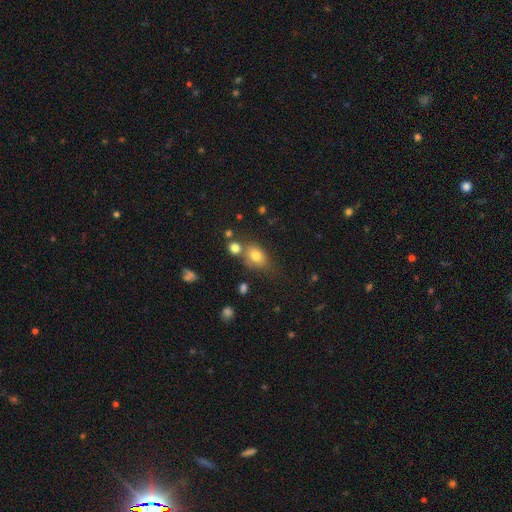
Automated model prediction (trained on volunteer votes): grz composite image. It shows a smooth galaxy with no disk features (76%) that is in between round and cigar-shaped (70%). Merging: none (58%).